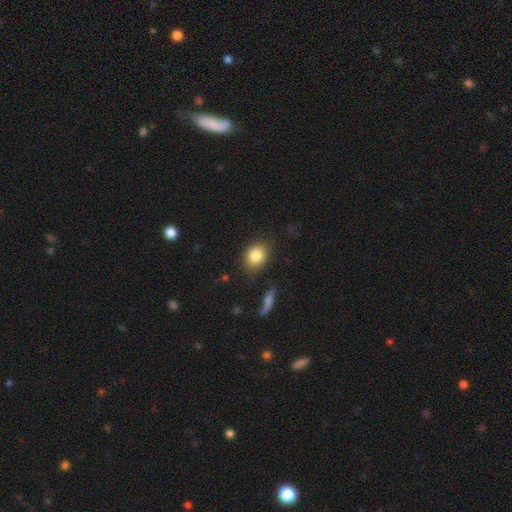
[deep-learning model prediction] smooth_or_featured: smooth (p=0.83) [alt: star or artifact p=0.09]
how_rounded: in between (p=0.50) [alt: round p=0.49]
merging: none (p=0.81) [alt: minor disturbance p=0.13]